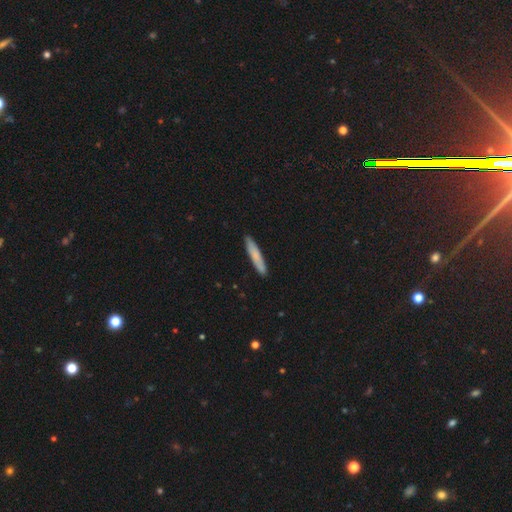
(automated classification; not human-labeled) This appears to be a smooth galaxy with no disk features (76%) that is cigar-shaped (93%). Merging: none (90%).